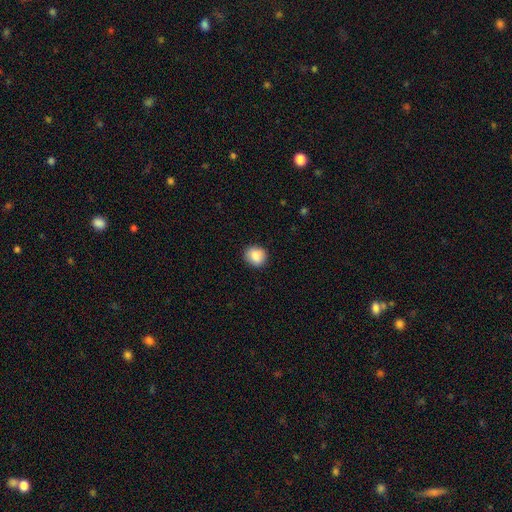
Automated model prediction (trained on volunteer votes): Q: Smooth or featured?
A: smooth (86%); runner-up: star or artifact (8%)
Q: How rounded?
A: round (80%); runner-up: in between (19%)
Q: Merging?
A: none (88%); runner-up: minor disturbance (9%)